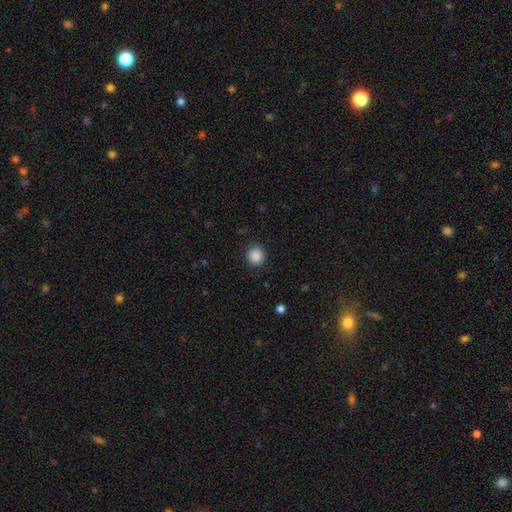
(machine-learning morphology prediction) A smooth galaxy with no disk features (87%) that is round (89%).

Vote fractions:
- Smooth or featured? smooth: 87% / star or artifact: 9% / featured or disk: 3%
- How rounded? round: 89% / in between: 10% / cigar-shaped: 1%
- Merging? none: 88% / minor disturbance: 9% / major disturbance: 3% / merger: 1%